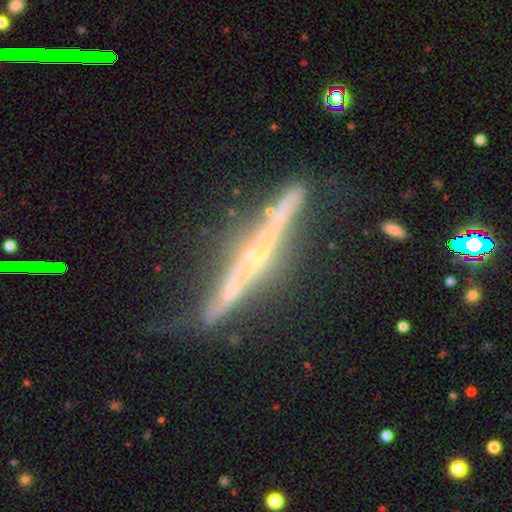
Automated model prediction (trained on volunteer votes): smooth_or_featured: featured or disk (p=0.82) [alt: smooth p=0.12]
disk_edge_on: yes (p=0.96) [alt: no p=0.04]
edge_on_bulge: rounded (p=0.47) [alt: none p=0.45]
merging: none (p=0.66) [alt: minor disturbance p=0.24]